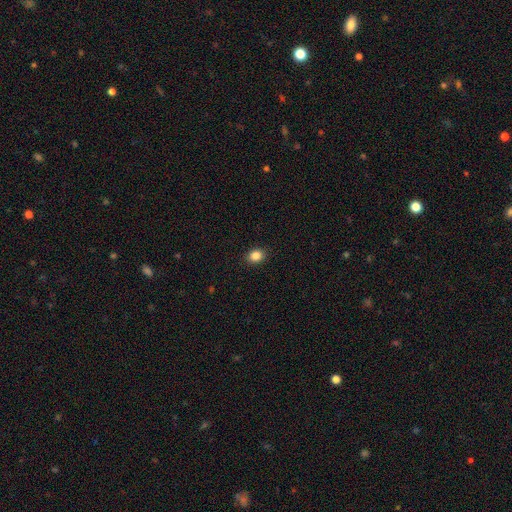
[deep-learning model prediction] A smooth galaxy with no disk features (86%) that is round (51%).

Vote fractions:
- Smooth or featured? smooth: 86% / star or artifact: 10% / featured or disk: 4%
- How rounded? round: 51% / in between: 48% / cigar-shaped: 1%
- Merging? none: 90% / minor disturbance: 7% / major disturbance: 2% / merger: 1%